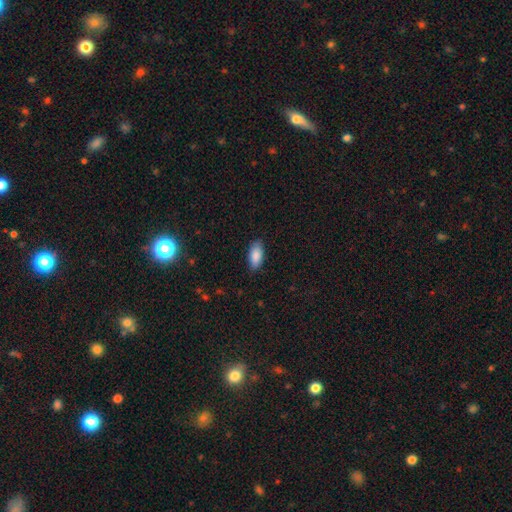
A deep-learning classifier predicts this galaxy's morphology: Q: Smooth or featured?
A: smooth (89%); runner-up: star or artifact (6%)
Q: How rounded?
A: in between (92%); runner-up: cigar-shaped (6%)
Q: Merging?
A: none (84%); runner-up: minor disturbance (12%)